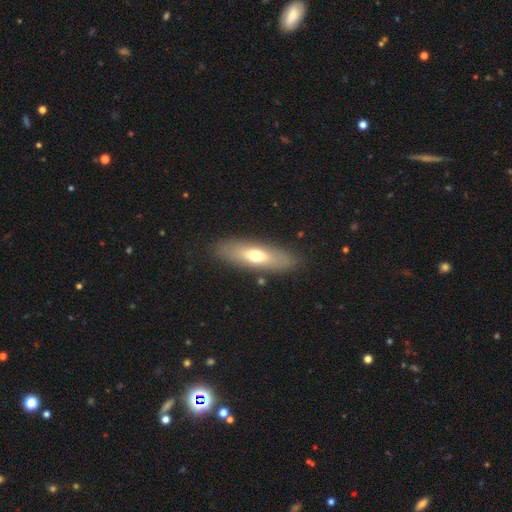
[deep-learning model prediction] Q: Smooth or featured?
A: smooth (57%); runner-up: featured or disk (37%)
Q: How rounded?
A: in between (56%); runner-up: cigar-shaped (41%)
Q: Merging?
A: none (85%); runner-up: minor disturbance (10%)